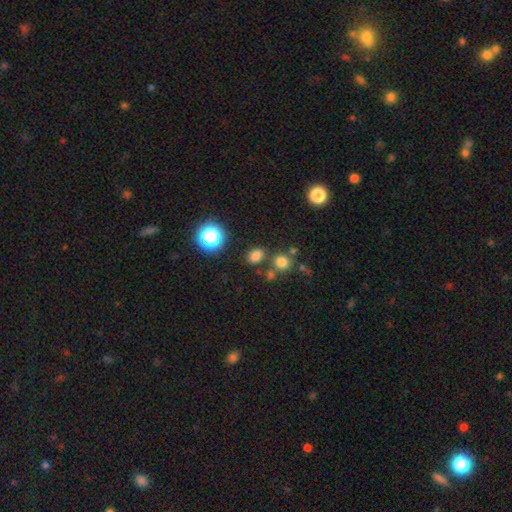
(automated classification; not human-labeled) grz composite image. It shows a smooth galaxy with no disk features (76%) that is in between round and cigar-shaped (60%). Merging: none (76%).